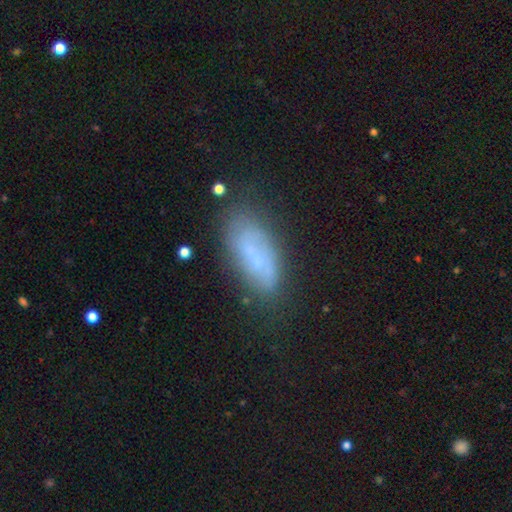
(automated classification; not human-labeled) Smooth or featured: featured or disk — 48% (smooth — 42%)
Merging: none — 67% (minor disturbance — 20%)